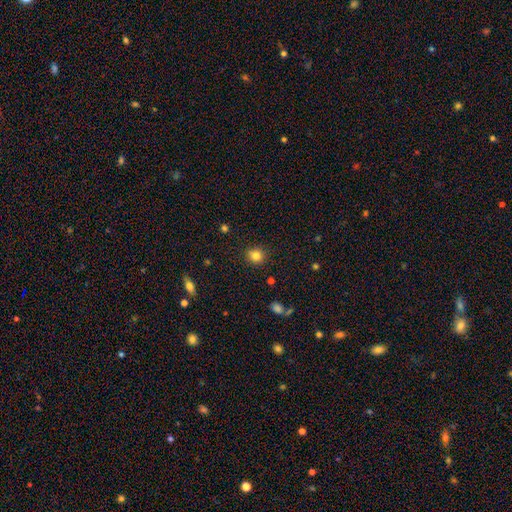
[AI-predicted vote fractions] This appears to be a smooth galaxy with no disk features (82%) that is round (86%). Merging: none (87%).